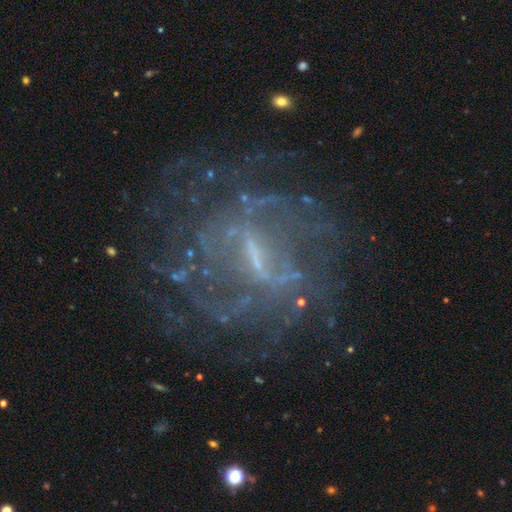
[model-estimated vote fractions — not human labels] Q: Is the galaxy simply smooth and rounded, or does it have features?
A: featured or disk — 79%.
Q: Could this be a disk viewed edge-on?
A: no — 95%.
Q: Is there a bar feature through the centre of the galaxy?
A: weak — 44%.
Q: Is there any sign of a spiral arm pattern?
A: yes — 71%.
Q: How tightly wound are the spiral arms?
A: tight — 43%.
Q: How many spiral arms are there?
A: can't tell — 59%.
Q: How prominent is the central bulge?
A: small — 53%.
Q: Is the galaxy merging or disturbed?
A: none — 67%.